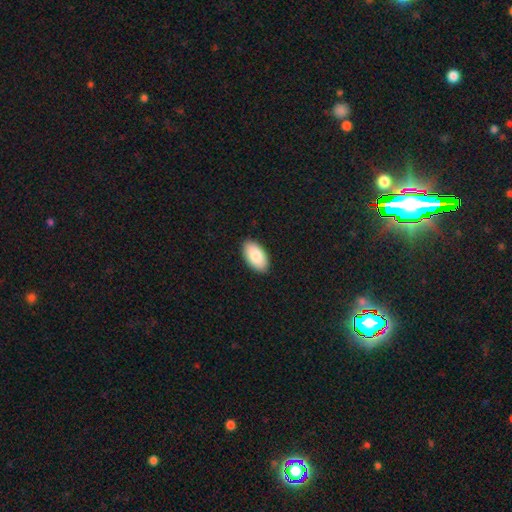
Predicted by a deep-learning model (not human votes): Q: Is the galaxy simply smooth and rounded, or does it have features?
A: smooth — 87%.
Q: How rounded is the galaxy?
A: in between — 96%.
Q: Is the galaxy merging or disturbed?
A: none — 90%.